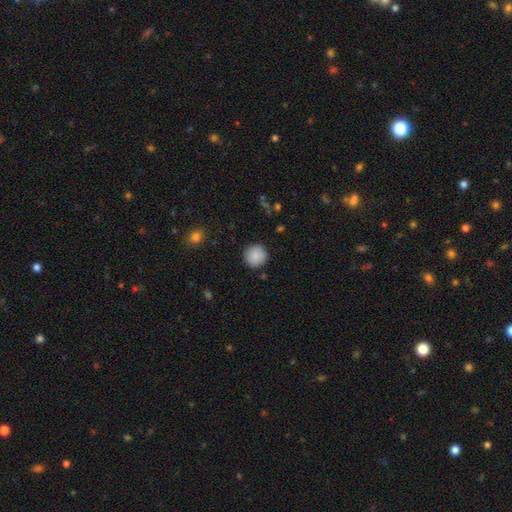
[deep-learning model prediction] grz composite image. It shows a smooth galaxy with no disk features (87%) that is round (95%). Merging: none (90%).